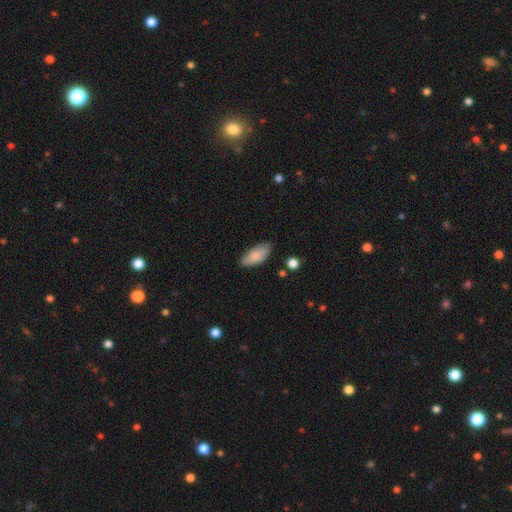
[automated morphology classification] The model was most divided on "merging": none: 77%, minor disturbance: 18%, major disturbance: 3%, merger: 2%. More confident: how rounded — in between (86%); smooth or featured — smooth (83%).